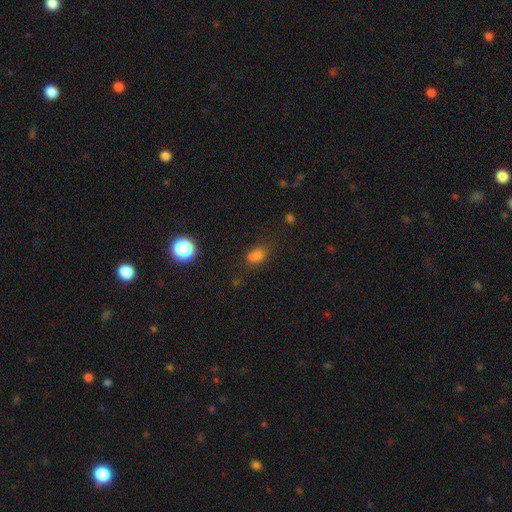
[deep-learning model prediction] smooth-or-featured: smooth: 69% | star or artifact: 21% | featured or disk: 9%
  how-rounded: in between: 67% | round: 29% | cigar-shaped: 4%
  merging: none: 51% | merger: 26% | minor disturbance: 16% | major disturbance: 7%